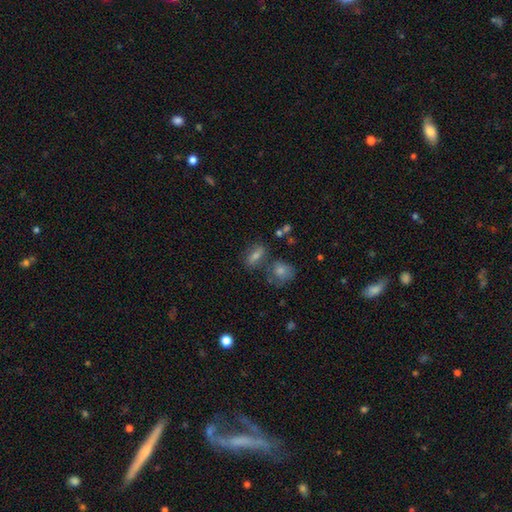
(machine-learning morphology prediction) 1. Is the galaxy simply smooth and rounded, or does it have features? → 57% smooth, 26% featured or disk, 17% star or artifact.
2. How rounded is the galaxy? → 68% in between, 16% round, 16% cigar-shaped.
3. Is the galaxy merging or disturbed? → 60% none, 19% merger, 14% minor disturbance, 6% major disturbance.